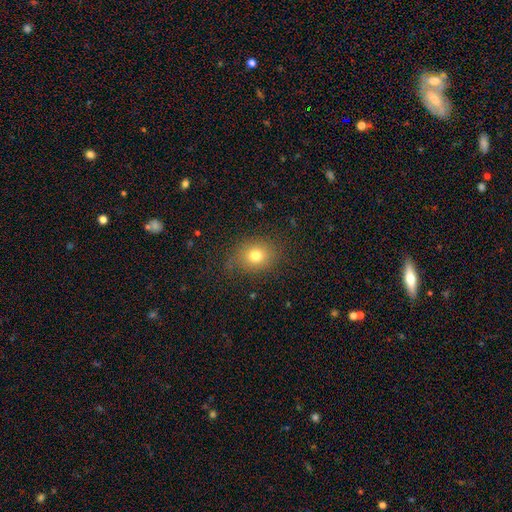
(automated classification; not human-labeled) Morphology: type=smooth (76%); roundness=round (59%); merging=none (79%).